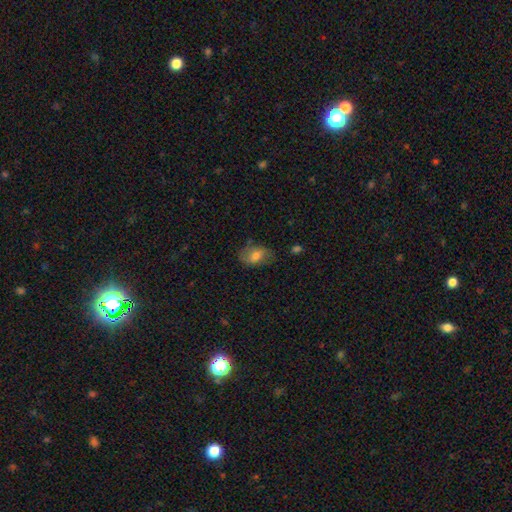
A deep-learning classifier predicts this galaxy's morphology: Overall: smooth (71%). How rounded: in between (84%). Merging: none (67%).